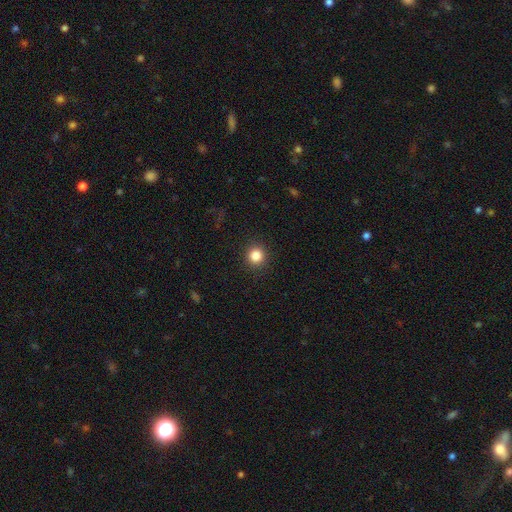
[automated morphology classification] This appears to be a smooth galaxy with no disk features (85%) that is round (93%). Merging: none (91%).